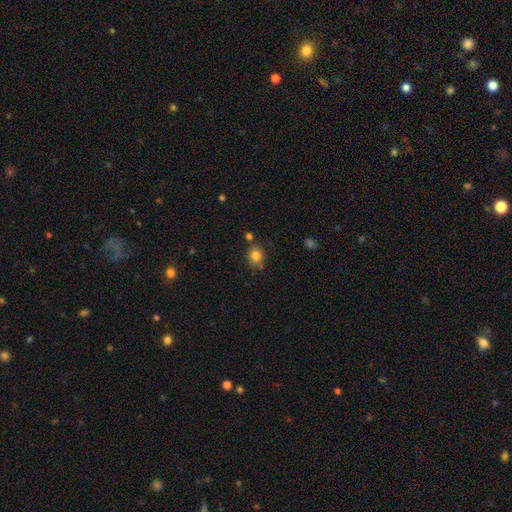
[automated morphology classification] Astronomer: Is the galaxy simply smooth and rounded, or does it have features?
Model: smooth — 82%.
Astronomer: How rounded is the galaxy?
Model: round — 70%.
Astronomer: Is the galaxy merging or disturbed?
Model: none — 74%.